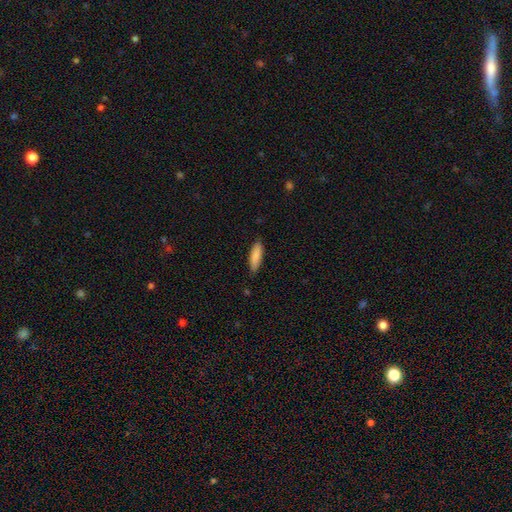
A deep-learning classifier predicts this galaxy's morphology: Smooth or featured?
  - smooth: 87% *
  - featured or disk: 8%
  - star or artifact: 6%
How rounded?
  - cigar-shaped: 59% *
  - in between: 39%
  - round: 1%
Merging?
  - none: 85% *
  - minor disturbance: 12%
  - major disturbance: 2%
  - merger: 1%